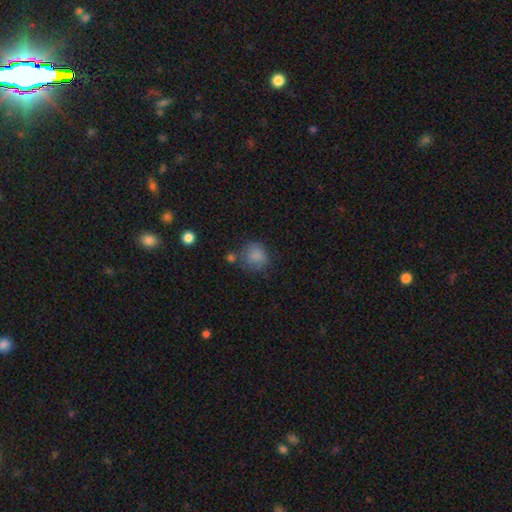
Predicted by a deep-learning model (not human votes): Morphology: type=smooth (80%); roundness=round (81%); merging=none (57%).